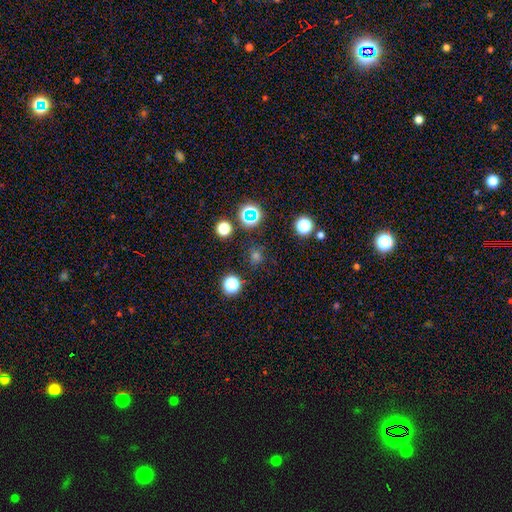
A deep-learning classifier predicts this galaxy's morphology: Overall: smooth (60%; star or artifact 34%). How rounded: round (90%). Merging: none (84%).